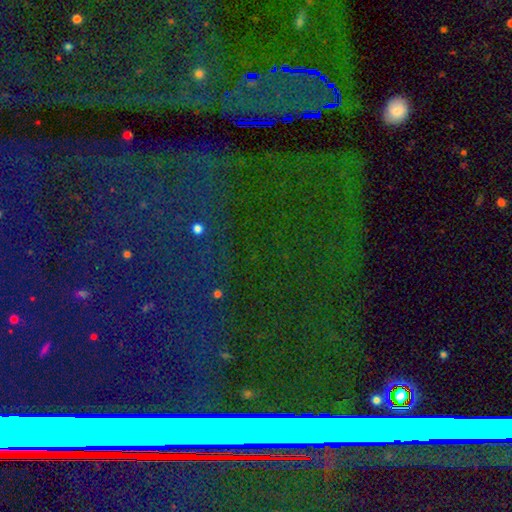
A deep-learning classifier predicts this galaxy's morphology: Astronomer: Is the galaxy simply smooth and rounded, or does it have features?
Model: star or artifact — 81%.